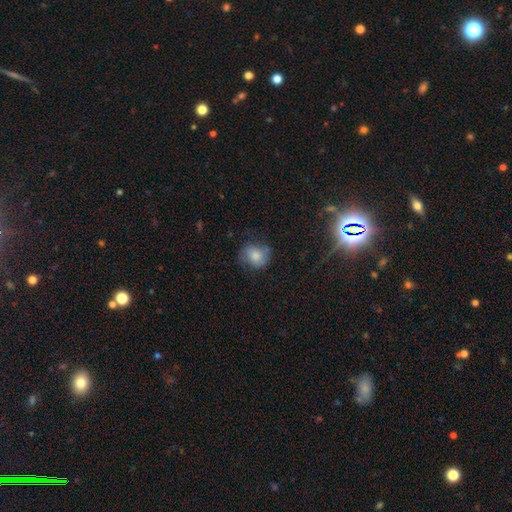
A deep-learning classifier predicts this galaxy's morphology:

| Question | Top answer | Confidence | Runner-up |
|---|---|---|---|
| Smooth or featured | smooth | 69% | featured or disk (22%) |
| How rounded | round | 69% | in between (30%) |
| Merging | none | 62% | minor disturbance (26%) |